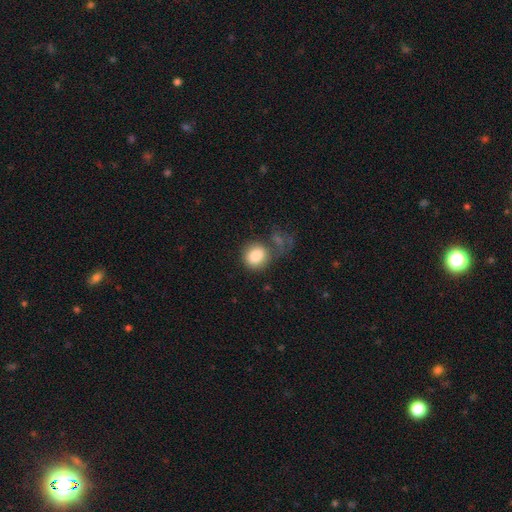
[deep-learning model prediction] Morphology: type=smooth (85%); roundness=round (71%); merging=none (50%).